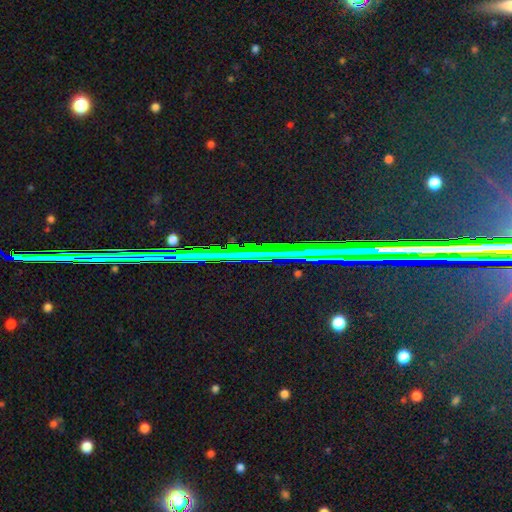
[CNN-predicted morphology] This is clearly a star or artifact rather than a galaxy (82%).